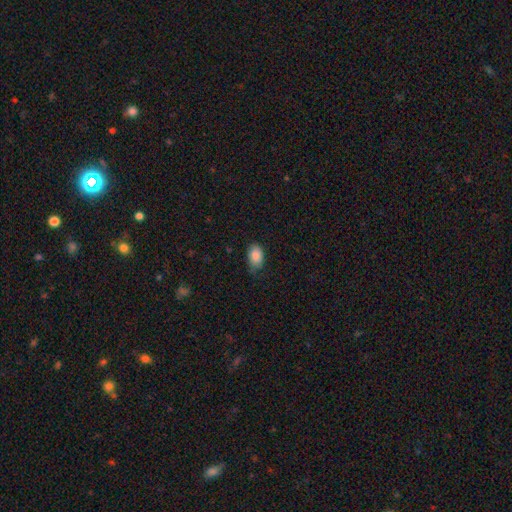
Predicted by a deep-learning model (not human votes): Smooth or featured? smooth (88%)
How rounded? in between (87%)
Merging? none (62%)